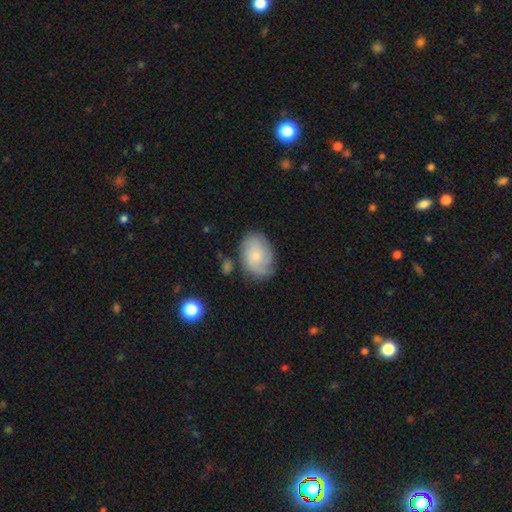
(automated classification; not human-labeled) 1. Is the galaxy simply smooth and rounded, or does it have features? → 52% smooth, 41% featured or disk, 7% star or artifact.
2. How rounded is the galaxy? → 80% in between, 19% round, 1% cigar-shaped.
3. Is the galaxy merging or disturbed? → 72% none, 20% minor disturbance, 5% major disturbance, 3% merger.